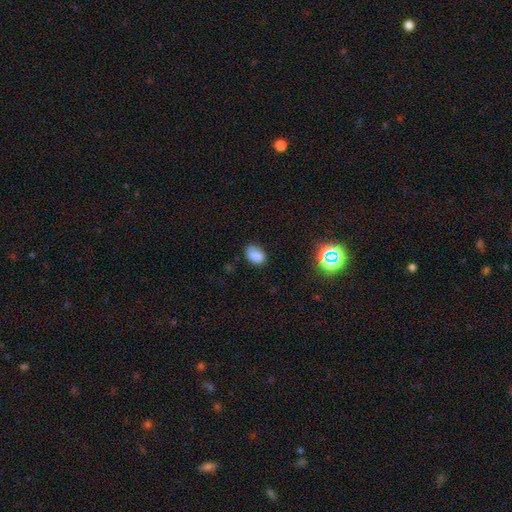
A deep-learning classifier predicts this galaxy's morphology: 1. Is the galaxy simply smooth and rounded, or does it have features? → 83% smooth, 12% star or artifact, 5% featured or disk.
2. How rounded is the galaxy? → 81% in between, 18% round, 1% cigar-shaped.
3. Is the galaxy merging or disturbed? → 73% none, 21% minor disturbance, 4% major disturbance, 2% merger.